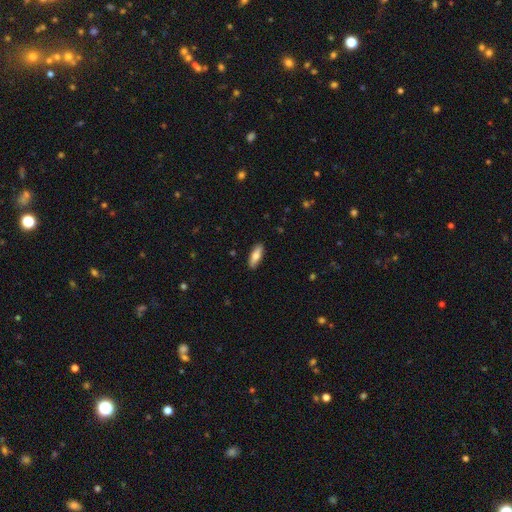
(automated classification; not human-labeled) Smooth or featured? Predicted: smooth (p=0.75). How rounded? Predicted: in between (p=0.63). Merging? Predicted: none (p=0.88).